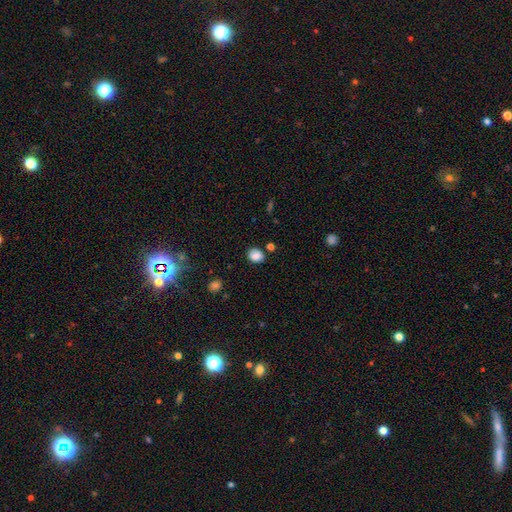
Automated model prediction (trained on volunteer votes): Smooth or featured? Predicted: smooth (p=0.85). How rounded? Predicted: round (p=0.59). Merging? Predicted: none (p=0.79).